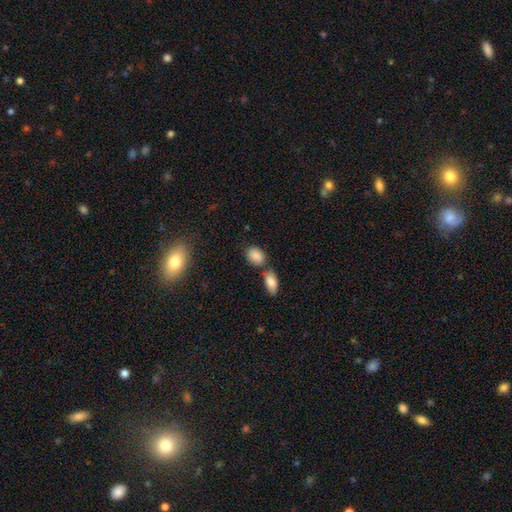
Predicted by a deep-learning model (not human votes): A smooth galaxy with no disk features (87%) that is in between round and cigar-shaped (82%). Merging: none (62%).